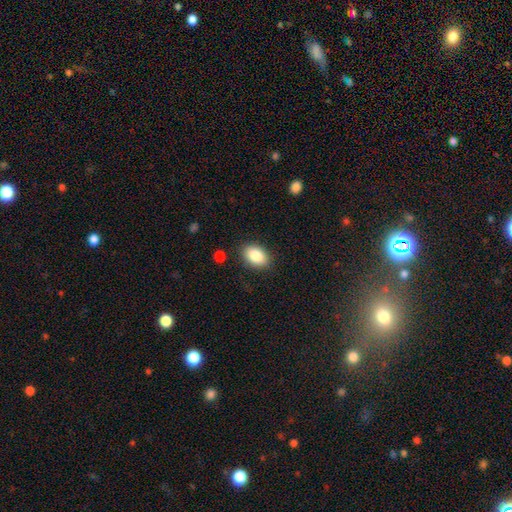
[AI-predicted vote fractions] This is clearly a smooth galaxy (85%). How rounded: clearly in between (83%). Merging: clearly none (86%).